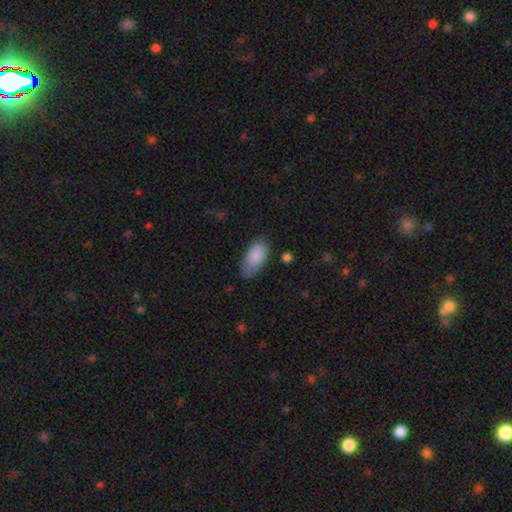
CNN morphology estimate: smooth-or-featured: smooth: 86% | featured or disk: 8% | star or artifact: 6%
  how-rounded: in between: 93% | cigar-shaped: 4% | round: 2%
  merging: none: 65% | minor disturbance: 26% | major disturbance: 7% | merger: 2%